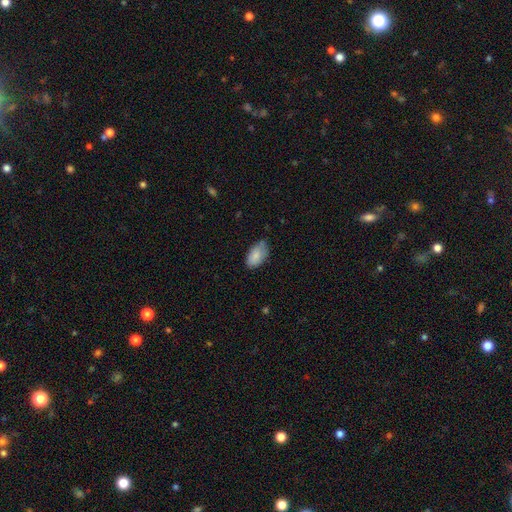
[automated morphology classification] Smooth or featured? smooth (84%)
How rounded? in between (94%)
Merging? none (61%)